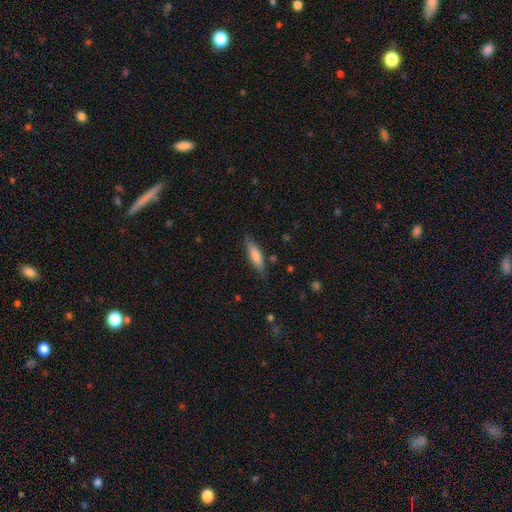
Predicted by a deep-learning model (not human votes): Overall: smooth (73%). How rounded: cigar-shaped (69%; in between 30%). Merging: none (81%).